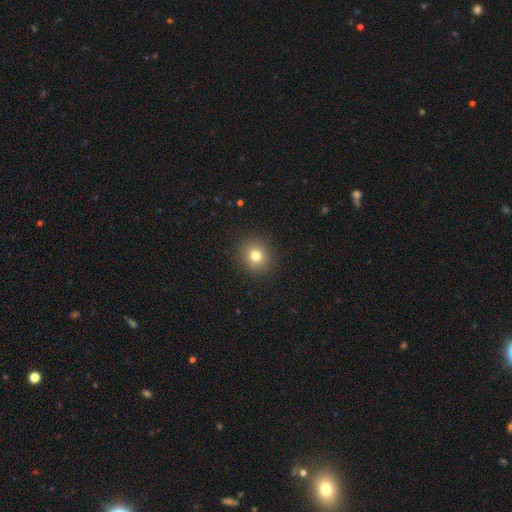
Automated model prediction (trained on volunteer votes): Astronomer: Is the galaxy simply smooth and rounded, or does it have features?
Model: smooth — 78%.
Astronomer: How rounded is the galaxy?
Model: round — 85%.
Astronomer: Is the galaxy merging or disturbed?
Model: none — 91%.